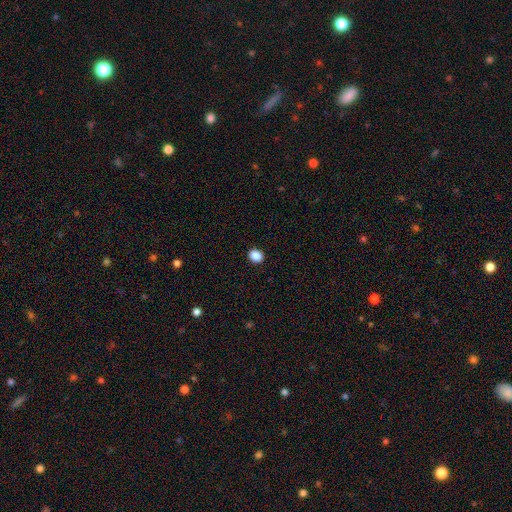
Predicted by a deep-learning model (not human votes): smooth-or-featured: smooth: 89% | star or artifact: 9% | featured or disk: 2%
  how-rounded: round: 55% | in between: 44% | cigar-shaped: 1%
  merging: none: 91% | minor disturbance: 6% | major disturbance: 2% | merger: 1%